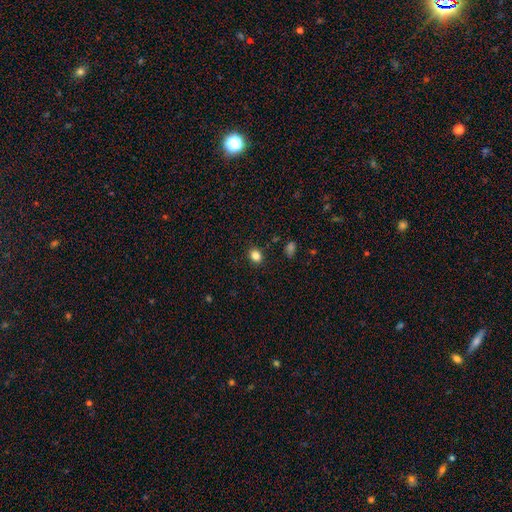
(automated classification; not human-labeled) Q: Smooth or featured?
A: smooth (84%); runner-up: star or artifact (12%)
Q: How rounded?
A: round (55%); runner-up: in between (44%)
Q: Merging?
A: none (89%); runner-up: minor disturbance (8%)